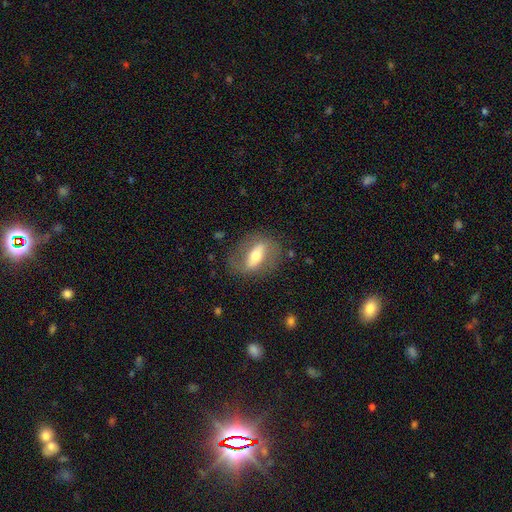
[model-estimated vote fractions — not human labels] Morphology: type=featured or disk (64%); edge-on=no (79%); bar=strong (60%); spiral arms=yes (55%); bulge=moderate (66%); merging=none (76%).